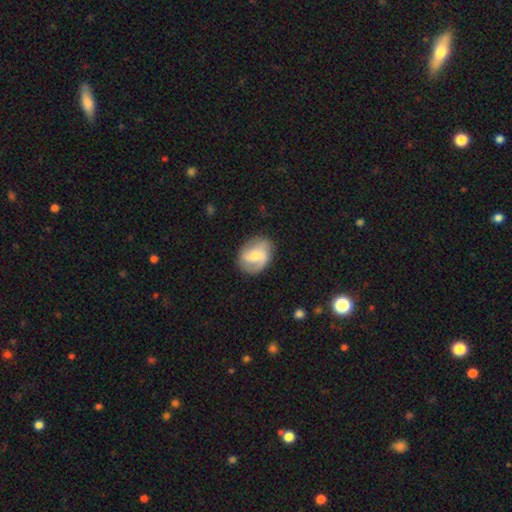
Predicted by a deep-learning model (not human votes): Morphology: type=featured or disk (59%); edge-on=no (97%); bar=no (48%); spiral arms=yes (87%); winding=medium (43%); arm count=2 (64%); bulge=moderate (47%); merging=none (75%).